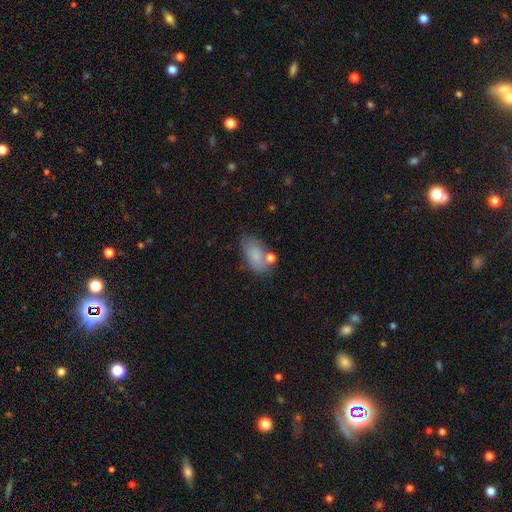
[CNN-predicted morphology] smooth_or_featured: smooth (p=0.76) [alt: featured or disk p=0.16]
how_rounded: in between (p=0.91) [alt: round p=0.05]
merging: none (p=0.56) [alt: minor disturbance p=0.22]